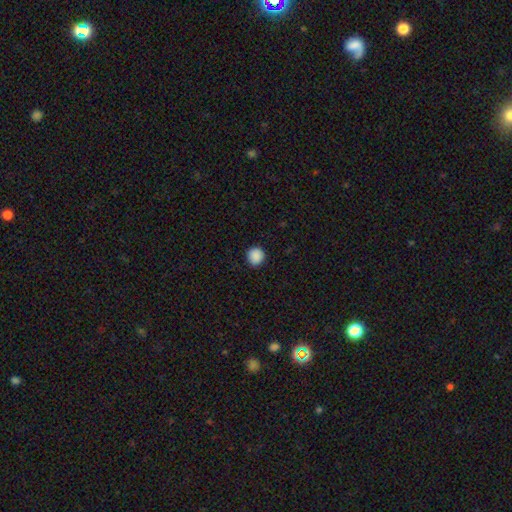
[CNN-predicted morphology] smooth_or_featured: smooth (p=0.88) [alt: star or artifact p=0.09]
how_rounded: round (p=0.91) [alt: in between p=0.08]
merging: none (p=0.89) [alt: minor disturbance p=0.08]